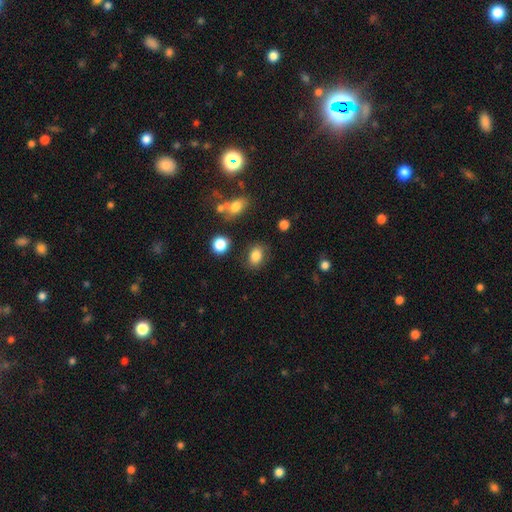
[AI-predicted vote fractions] The model was most divided on "how rounded": in between: 70%, round: 29%, cigar-shaped: 1%. More confident: smooth or featured — smooth (83%); merging — none (78%).